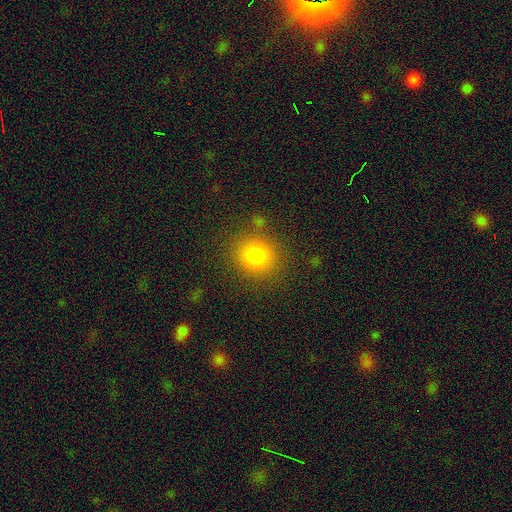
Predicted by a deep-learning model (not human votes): smooth_or_featured: smooth (p=0.82) [alt: star or artifact p=0.12]
how_rounded: round (p=0.85) [alt: in between p=0.14]
merging: none (p=0.82) [alt: minor disturbance p=0.10]